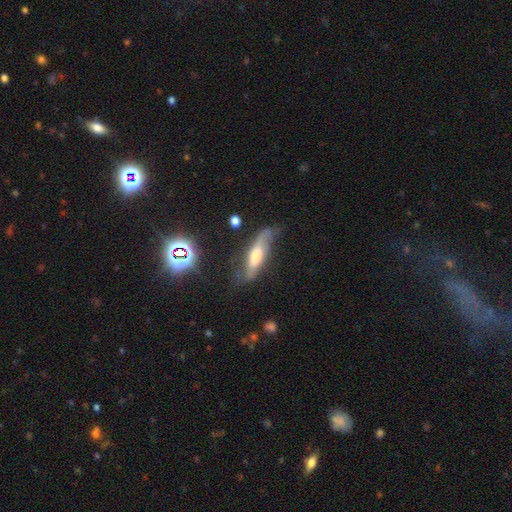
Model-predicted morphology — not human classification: This appears to be a featured or disk galaxy (57%). Merging: none (53%).